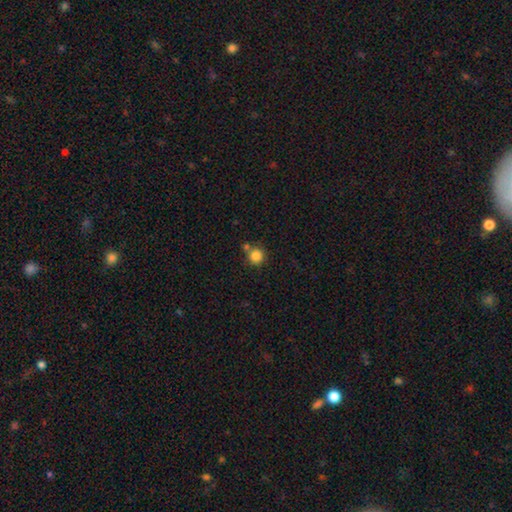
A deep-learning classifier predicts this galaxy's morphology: Q: Smooth or featured?
A: smooth (84%); runner-up: star or artifact (11%)
Q: How rounded?
A: round (94%); runner-up: in between (5%)
Q: Merging?
A: none (67%); runner-up: merger (20%)